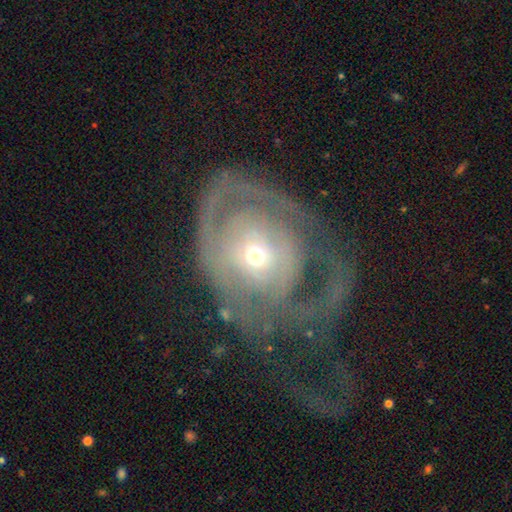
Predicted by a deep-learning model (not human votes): Smooth or featured: featured or disk — 78% (smooth — 15%)
Edge-on disk: no — 96% (yes — 4%)
Bar: no — 77% (weak — 18%)
Spiral arms: yes — 71% (no — 29%)
Spiral winding: tight — 57% (medium — 27%)
Spiral arm count: can't tell — 40% (2 — 25%)
Bulge size: small — 57% (moderate — 38%)
Merging: major disturbance — 50% (none — 29%)